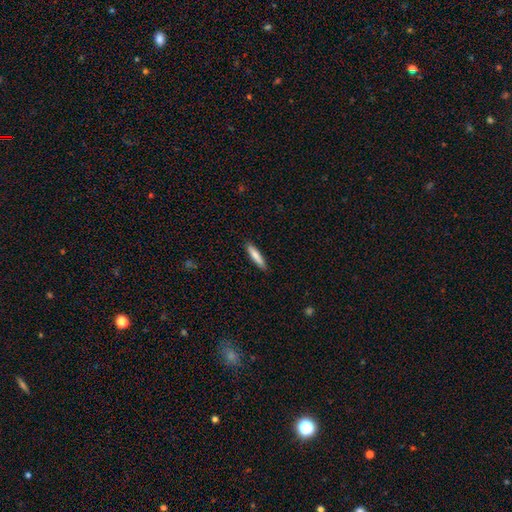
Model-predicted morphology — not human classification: The model was most divided on "smooth or featured": smooth: 80%, featured or disk: 14%, star or artifact: 6%. More confident: merging — none (88%); how rounded — cigar-shaped (86%).